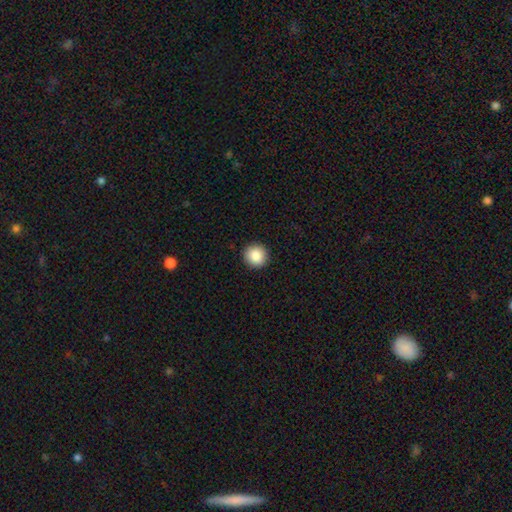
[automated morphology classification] Smooth or featured: smooth — 87% (star or artifact — 8%)
How rounded: round — 94% (in between — 5%)
Merging: none — 93% (minor disturbance — 5%)